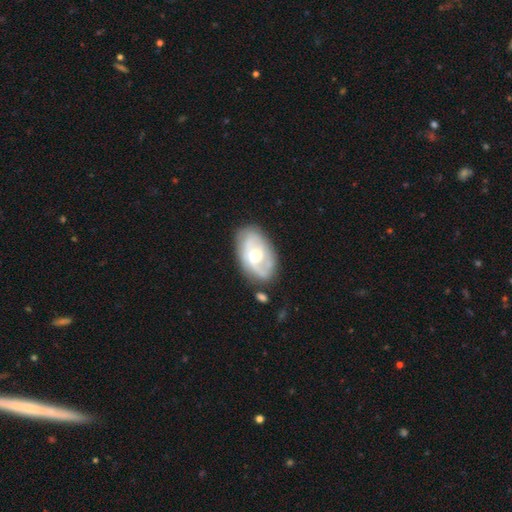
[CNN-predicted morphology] type=featured or disk (67%); edge-on=no (94%); bar=no (60%); spiral arms=yes (76%); bulge=moderate (60%); merging=none (70%).